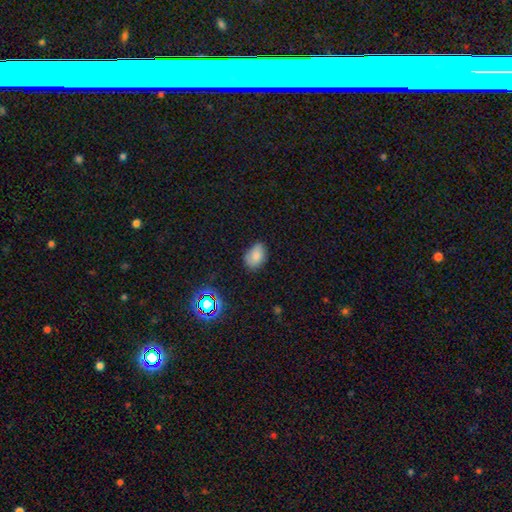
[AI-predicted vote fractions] A smooth galaxy with no disk features (81%) that is in between round and cigar-shaped (80%).

Vote fractions:
- Smooth or featured? smooth: 81% / star or artifact: 12% / featured or disk: 7%
- How rounded? in between: 80% / round: 19% / cigar-shaped: 1%
- Merging? none: 71% / minor disturbance: 23% / major disturbance: 4% / merger: 2%